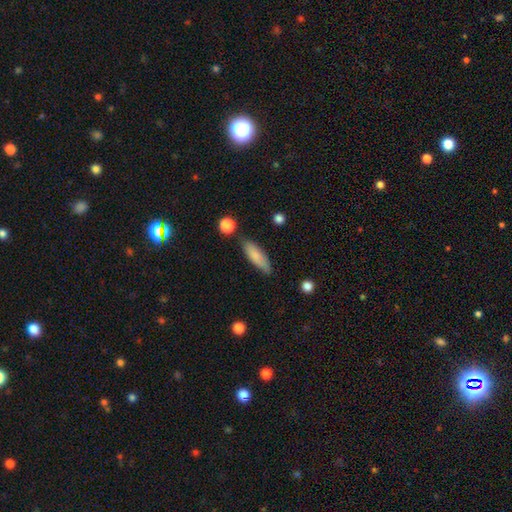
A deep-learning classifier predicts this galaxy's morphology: Smooth or featured? Predicted: smooth (p=0.79). How rounded? Predicted: cigar-shaped (p=0.51). Merging? Predicted: none (p=0.75).